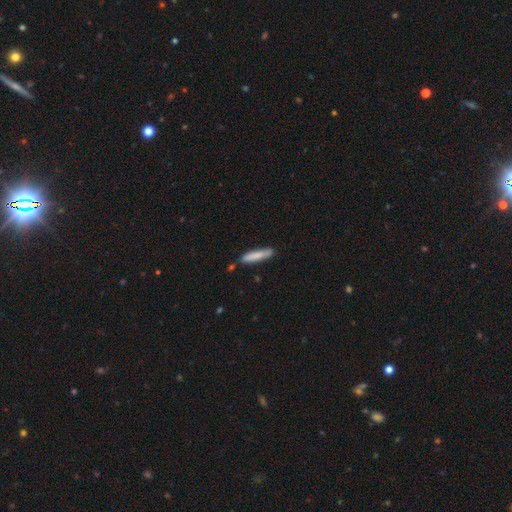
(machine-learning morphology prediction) A smooth galaxy with no disk features (79%) that is cigar-shaped (87%). Merging: none (76%).